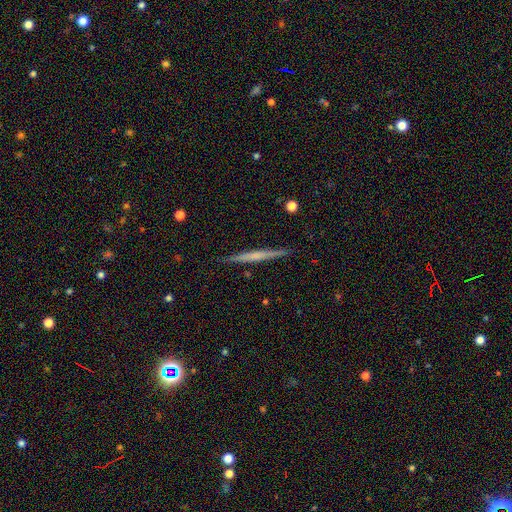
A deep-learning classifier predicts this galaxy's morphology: Q: Smooth or featured?
A: featured or disk (57%); runner-up: smooth (37%)
Q: Edge-on disk?
A: yes (98%); runner-up: no (2%)
Q: Edge-on bulge?
A: none (64%); runner-up: rounded (25%)
Q: Merging?
A: none (90%); runner-up: minor disturbance (7%)